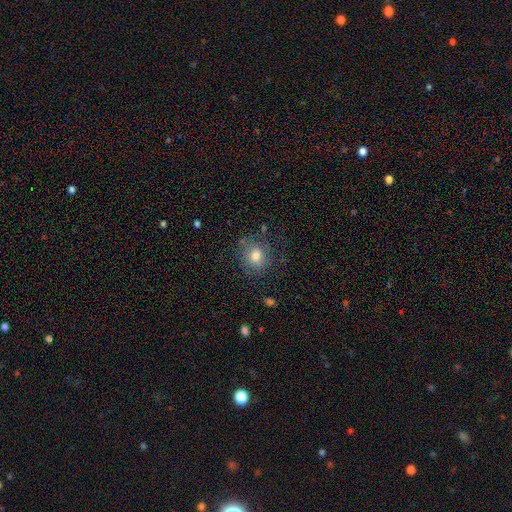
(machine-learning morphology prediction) Smooth or featured: smooth — 75% (featured or disk — 13%)
How rounded: round — 78% (in between — 21%)
Merging: none — 76% (minor disturbance — 16%)